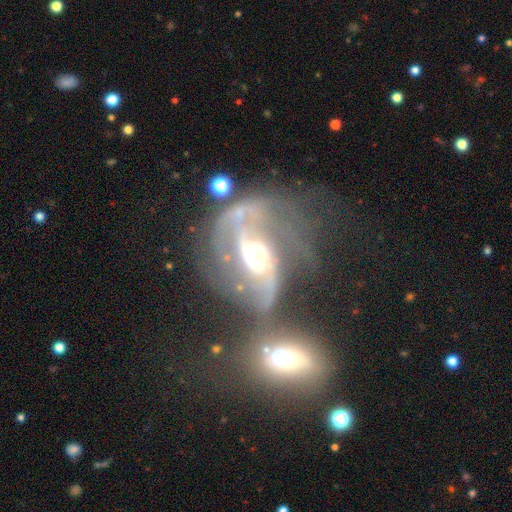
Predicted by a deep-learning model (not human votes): smooth_or_featured: featured or disk (p=0.86) [alt: star or artifact p=0.08]
disk_edge_on: no (p=0.96) [alt: yes p=0.04]
bar: no (p=0.38) [tied with: weak p=0.38]
has_spiral_arms: yes (p=0.92) [alt: no p=0.08]
spiral_winding: medium (p=0.44) [alt: loose p=0.40]
spiral_arm_count: 2 (p=0.74) [alt: can't tell p=0.10]
bulge_size: moderate (p=0.63) [alt: large p=0.19]
merging: merger (p=0.42) [alt: major disturbance p=0.25]